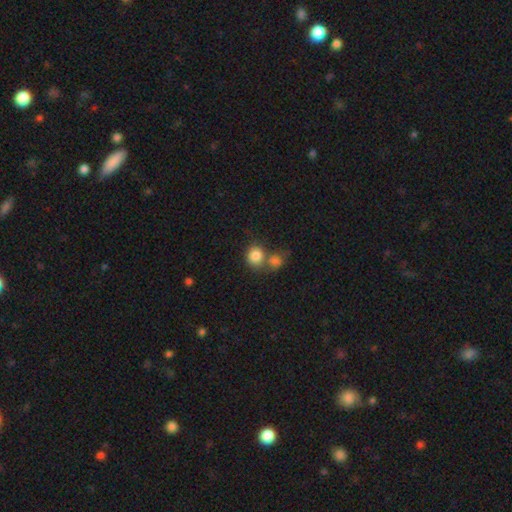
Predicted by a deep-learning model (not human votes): Smooth or featured? smooth (83%)
How rounded? round (80%)
Merging? none (45%)